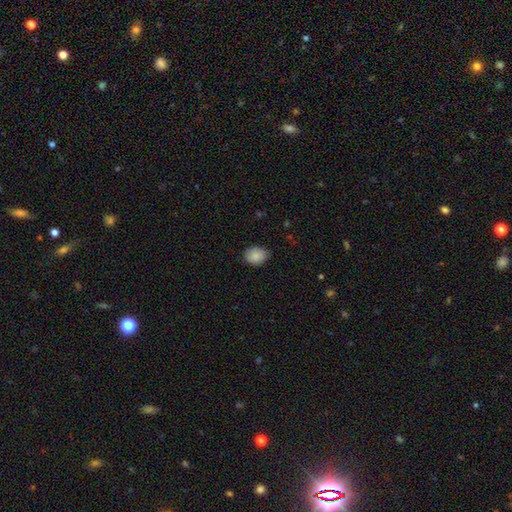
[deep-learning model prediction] Overall: smooth (88%). How rounded: in between (56%; round 43%). Merging: none (80%).